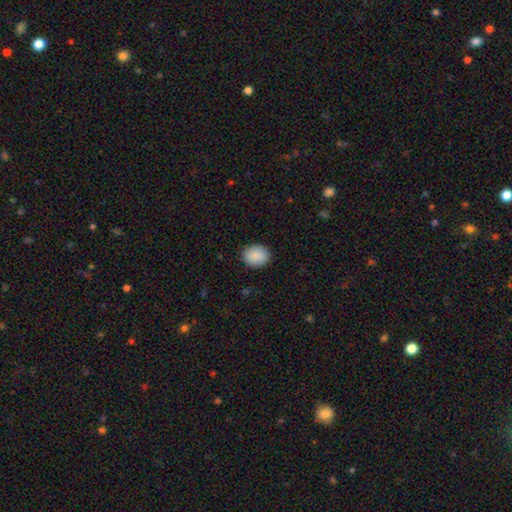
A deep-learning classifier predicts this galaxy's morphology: The model was most divided on "how rounded": round: 55%, in between: 44%, cigar-shaped: 1%. More confident: smooth or featured — smooth (90%); merging — none (89%).